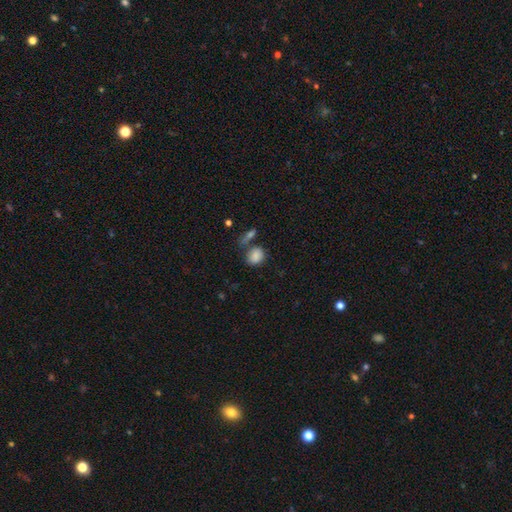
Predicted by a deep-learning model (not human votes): Smooth or featured? smooth (83%)
How rounded? in between (52%)
Merging? none (54%)